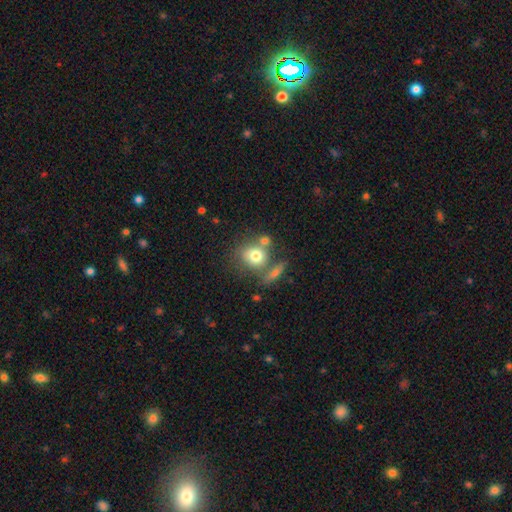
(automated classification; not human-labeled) smooth 74%, featured or disk 16%, star or artifact 10%. Down the decision tree: how rounded — round (71%); merging — none (50%).